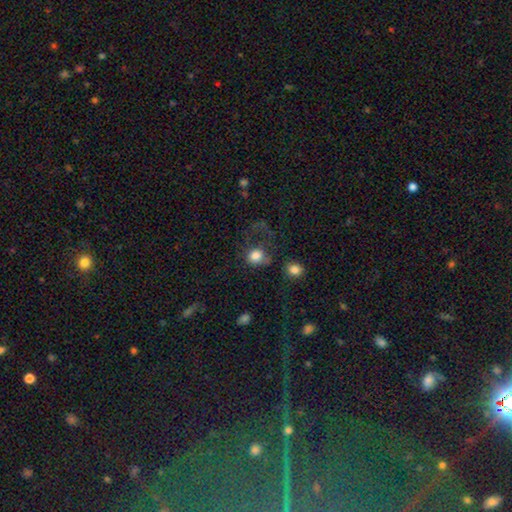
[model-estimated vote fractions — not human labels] A smooth galaxy with no disk features (79%) that is round (67%).

Vote fractions:
- Smooth or featured? smooth: 79% / featured or disk: 11% / star or artifact: 10%
- How rounded? round: 67% / in between: 32% / cigar-shaped: 1%
- Merging? none: 39% / major disturbance: 34% / minor disturbance: 19% / merger: 7%